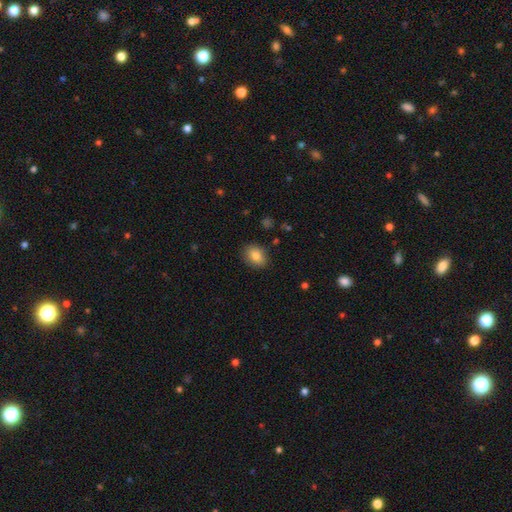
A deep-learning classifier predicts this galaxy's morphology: Smooth or featured? smooth (84%)
How rounded? in between (71%)
Merging? none (85%)